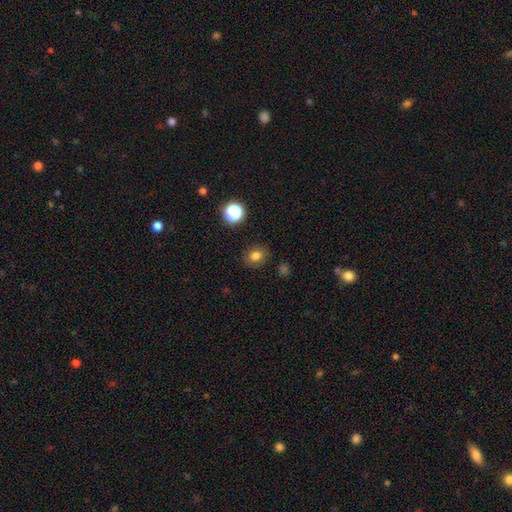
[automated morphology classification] The model was most divided on "how rounded": round: 60%, in between: 39%, cigar-shaped: 1%. More confident: merging — none (86%); smooth or featured — smooth (78%).